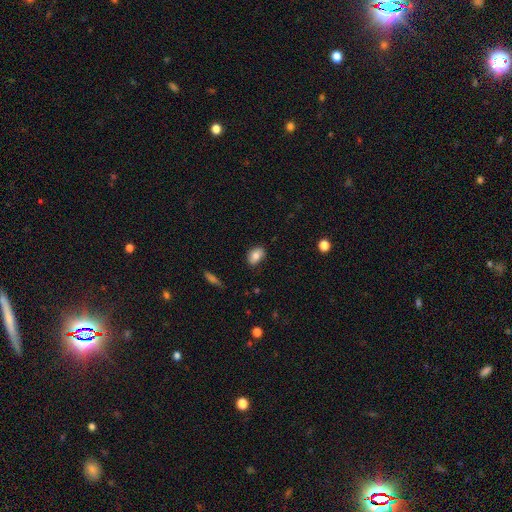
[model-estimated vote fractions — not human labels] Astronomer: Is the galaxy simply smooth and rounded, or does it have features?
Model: smooth — 81%.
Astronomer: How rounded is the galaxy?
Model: in between — 84%.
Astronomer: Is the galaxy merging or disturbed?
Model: none — 80%.